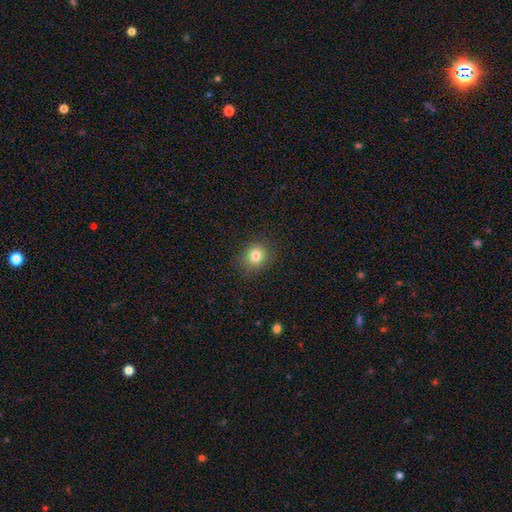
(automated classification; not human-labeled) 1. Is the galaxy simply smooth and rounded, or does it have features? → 81% smooth, 12% star or artifact, 7% featured or disk.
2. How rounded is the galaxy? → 77% round, 23% in between, 1% cigar-shaped.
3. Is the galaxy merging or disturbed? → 86% none, 10% minor disturbance, 3% major disturbance, 1% merger.